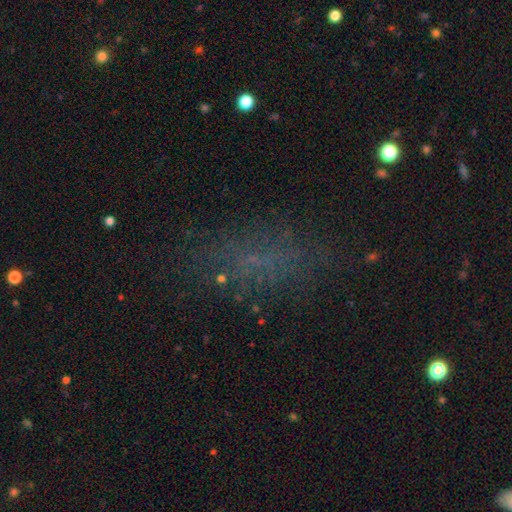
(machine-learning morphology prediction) Overall: smooth (51%; star or artifact 28%). How rounded: in between (66%; cigar-shaped 27%). Merging: none (66%).